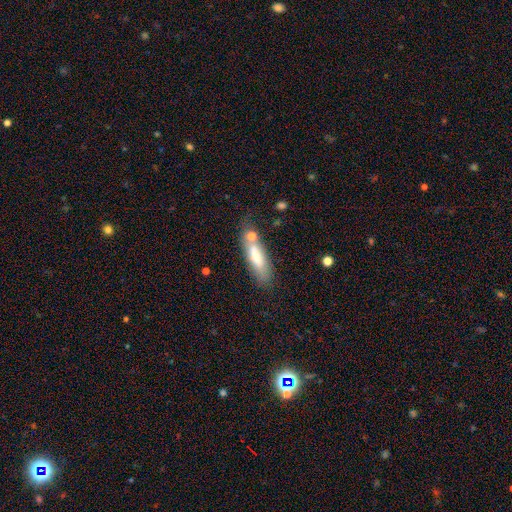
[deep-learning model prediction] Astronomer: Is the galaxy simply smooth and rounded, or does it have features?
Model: smooth — 69%.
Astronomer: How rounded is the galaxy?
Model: cigar-shaped — 60% (runner-up: in between, 38%).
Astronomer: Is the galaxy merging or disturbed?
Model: none — 65%.